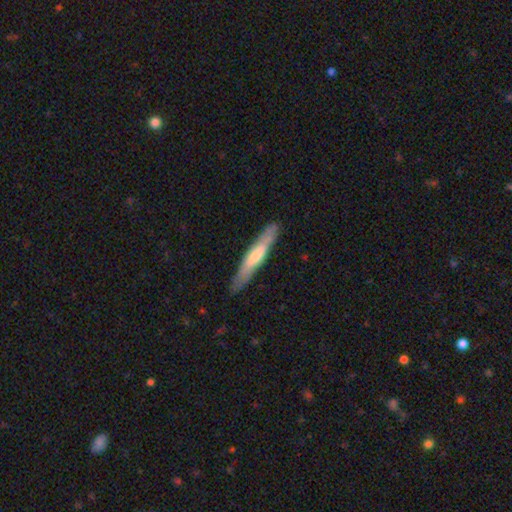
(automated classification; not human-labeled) This appears to be a featured or disk galaxy (51%) viewed edge-on (89%). Merging: none (87%).